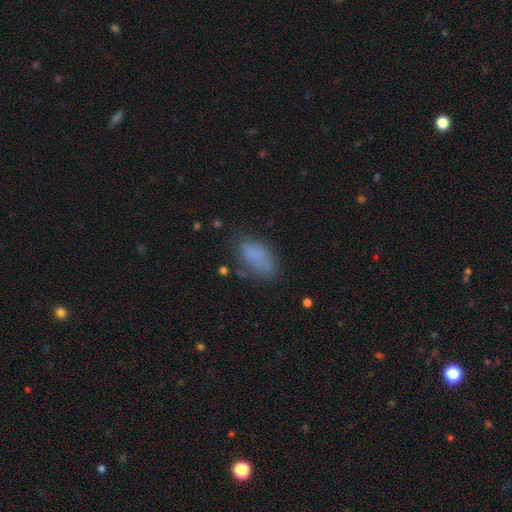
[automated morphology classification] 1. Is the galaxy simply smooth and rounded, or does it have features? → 81% smooth, 10% star or artifact, 9% featured or disk.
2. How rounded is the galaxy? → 92% in between, 5% cigar-shaped, 4% round.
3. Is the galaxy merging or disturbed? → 61% none, 25% minor disturbance, 11% major disturbance, 3% merger.